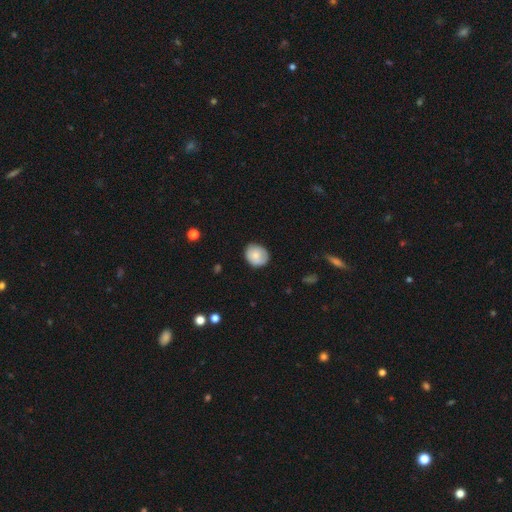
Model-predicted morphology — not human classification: This is likely a smooth galaxy (80%). How rounded: likely round (73%). Merging: clearly none (81%).